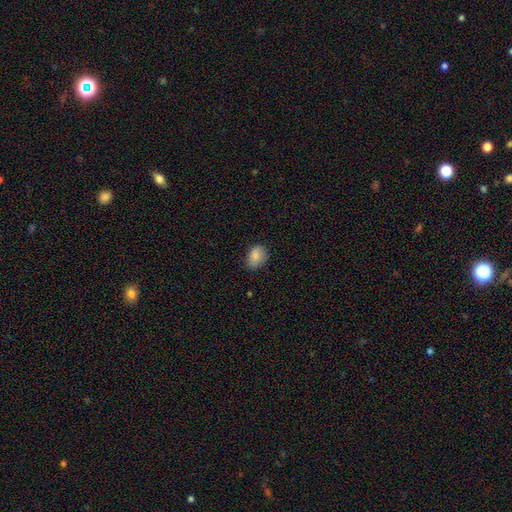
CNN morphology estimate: A smooth galaxy with no disk features (86%) that is in between round and cigar-shaped (73%). Merging: none (72%).